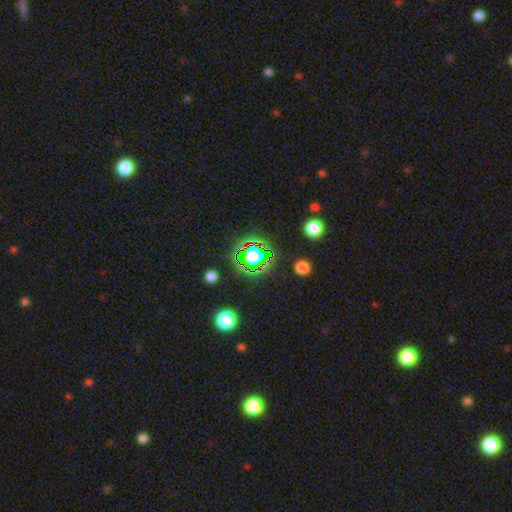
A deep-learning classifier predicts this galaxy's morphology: Smooth or featured? Predicted: star or artifact (p=0.62).